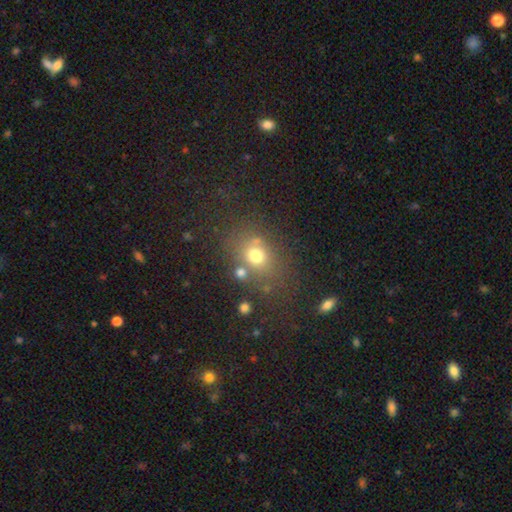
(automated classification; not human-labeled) A smooth galaxy with no disk features (69%) that is round (57%).

Vote fractions:
- Smooth or featured? smooth: 69% / star or artifact: 19% / featured or disk: 13%
- How rounded? round: 57% / in between: 42% / cigar-shaped: 1%
- Merging? none: 67% / minor disturbance: 14% / merger: 12% / major disturbance: 8%